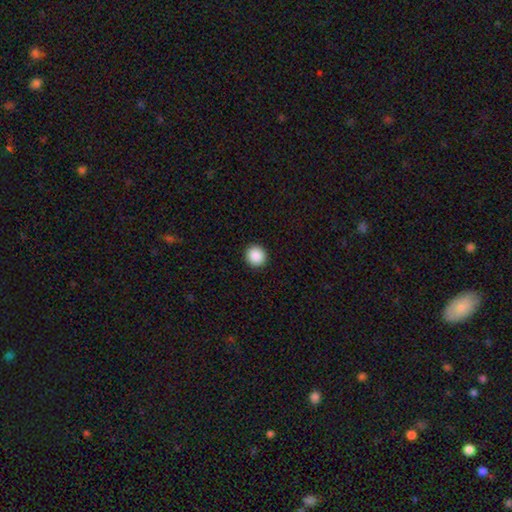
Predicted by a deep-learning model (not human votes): The model was most divided on "smooth or featured": smooth: 89%, star or artifact: 8%, featured or disk: 3%. More confident: merging — none (93%); how rounded — round (93%).